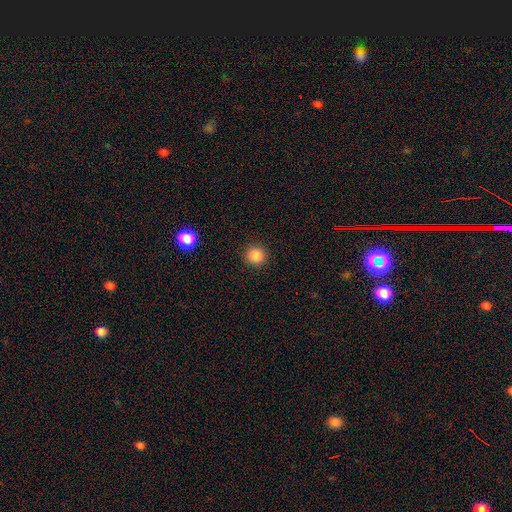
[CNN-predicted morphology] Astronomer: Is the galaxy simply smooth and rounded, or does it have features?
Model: smooth — 85%.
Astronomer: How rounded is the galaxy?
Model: round — 93%.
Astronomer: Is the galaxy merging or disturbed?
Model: none — 92%.